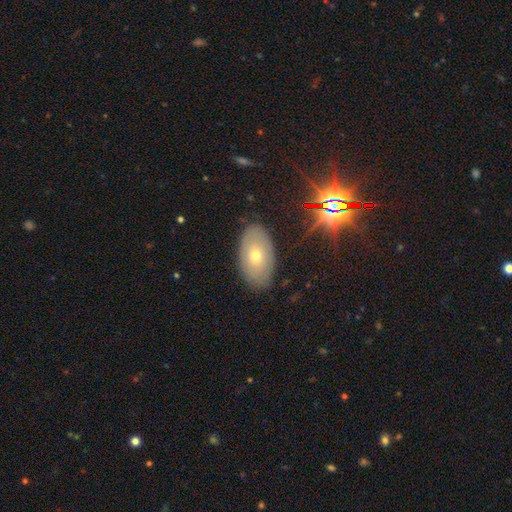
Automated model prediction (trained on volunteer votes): Overall: smooth (52%; featured or disk 32%). How rounded: in between (92%). Merging: none (84%).